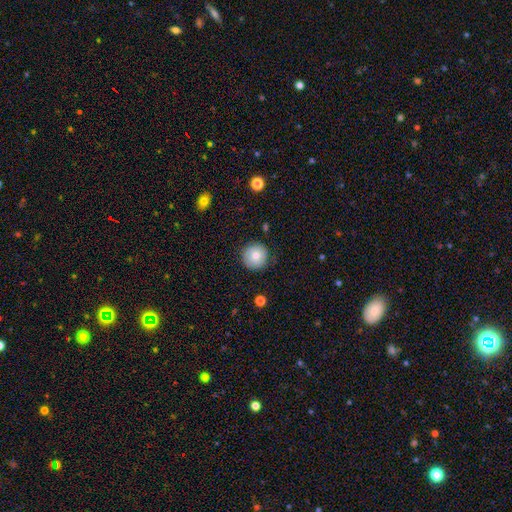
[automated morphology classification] smooth-or-featured: smooth: 74% | featured or disk: 17% | star or artifact: 9%
  how-rounded: round: 95% | in between: 4% | cigar-shaped: 1%
  merging: none: 85% | minor disturbance: 11% | major disturbance: 3% | merger: 1%